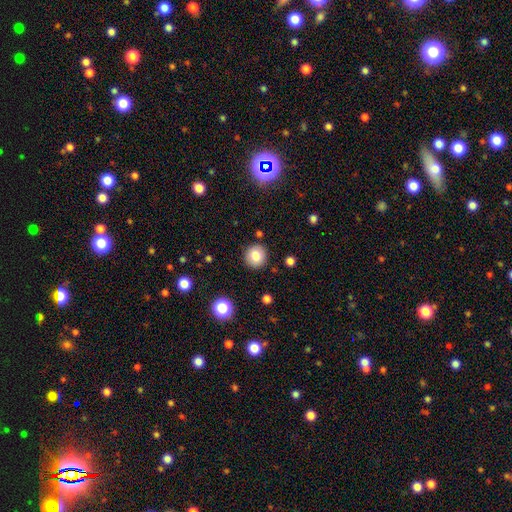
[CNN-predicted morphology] A smooth galaxy with no disk features (80%) that is round (92%).

Vote fractions:
- Smooth or featured? smooth: 80% / star or artifact: 11% / featured or disk: 9%
- How rounded? round: 92% / in between: 7% / cigar-shaped: 1%
- Merging? none: 89% / minor disturbance: 7% / major disturbance: 2% / merger: 2%